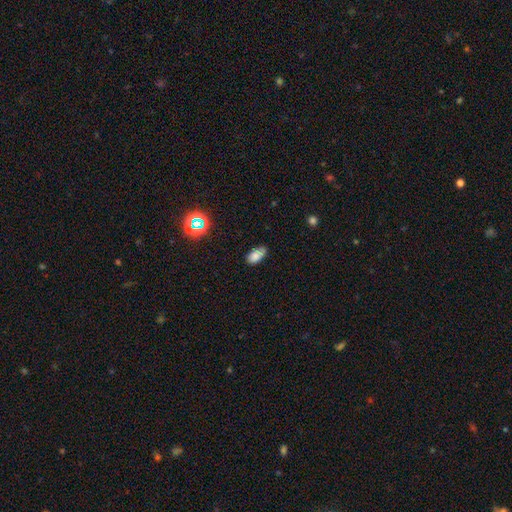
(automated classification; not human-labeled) Smooth or featured?
  - smooth: 80% *
  - star or artifact: 12%
  - featured or disk: 8%
How rounded?
  - in between: 92% *
  - round: 5%
  - cigar-shaped: 3%
Merging?
  - none: 69% *
  - minor disturbance: 26%
  - major disturbance: 4%
  - merger: 2%